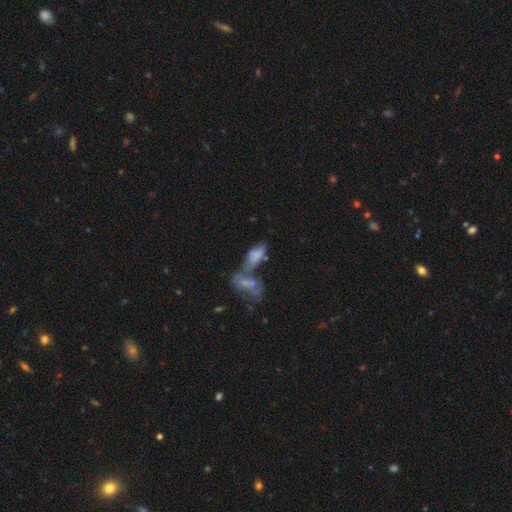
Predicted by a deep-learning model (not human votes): smooth_or_featured: smooth (p=0.64) [alt: featured or disk p=0.26]
how_rounded: in between (p=0.80) [alt: cigar-shaped p=0.16]
merging: merger (p=0.59) [alt: none p=0.20]